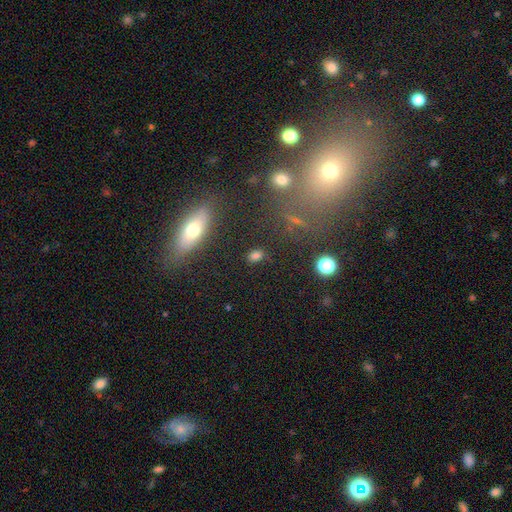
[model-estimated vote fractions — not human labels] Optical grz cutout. It shows a smooth galaxy with no disk features (74%) that is in between round and cigar-shaped (73%). Merging: none (81%).